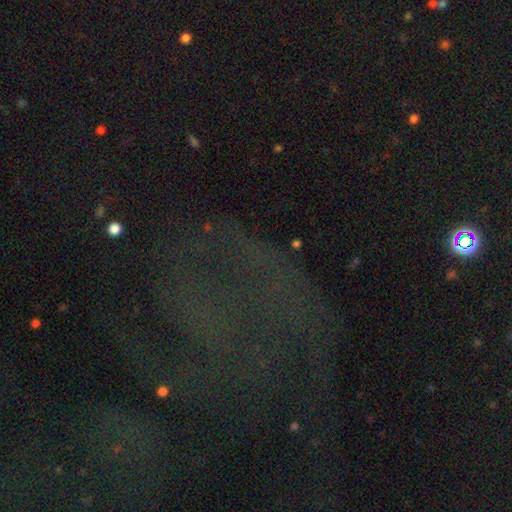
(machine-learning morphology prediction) Overall: star or artifact (60%; featured or disk 23%).